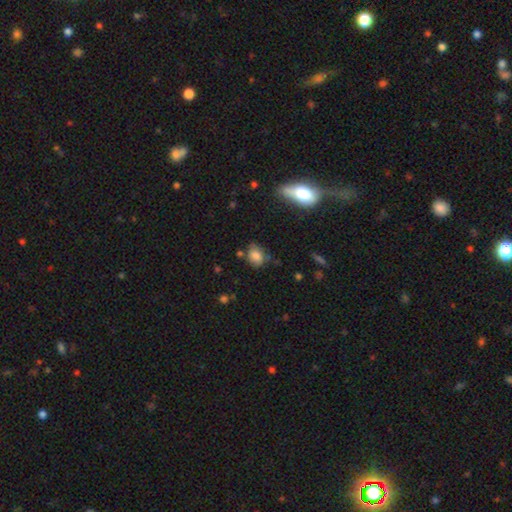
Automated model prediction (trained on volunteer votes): This is likely a smooth galaxy (79%). How rounded: likely in between (70%). Merging: likely none (61%).